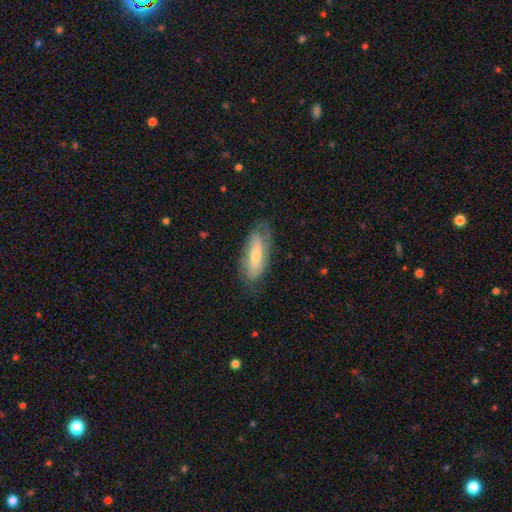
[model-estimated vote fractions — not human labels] A featured or disk galaxy (51%).

Vote fractions:
- Smooth or featured? featured or disk: 51% / smooth: 42% / star or artifact: 7%
- Edge-on disk? no: 74% / yes: 26%
- Merging? none: 73% / minor disturbance: 20% / major disturbance: 6% / merger: 1%